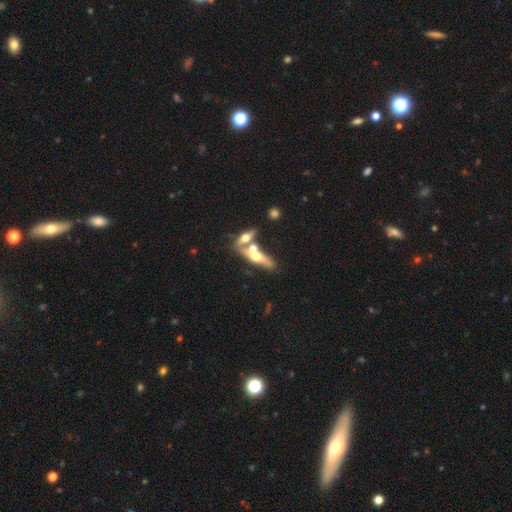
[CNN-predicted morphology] A featured or disk galaxy (52%) viewed edge-on (68%). Merging: merger (56%).